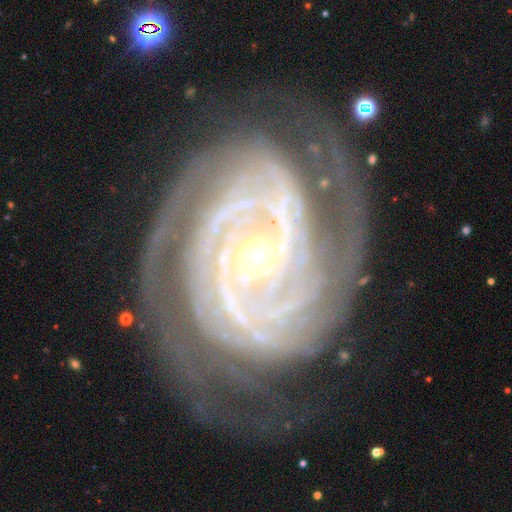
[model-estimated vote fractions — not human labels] This appears to be a featured or disk galaxy (93%) with no bar (50%), 2 (26%) tight (80%) spiral arms (99%) and a moderate central bulge (51%). Merging: none (72%).